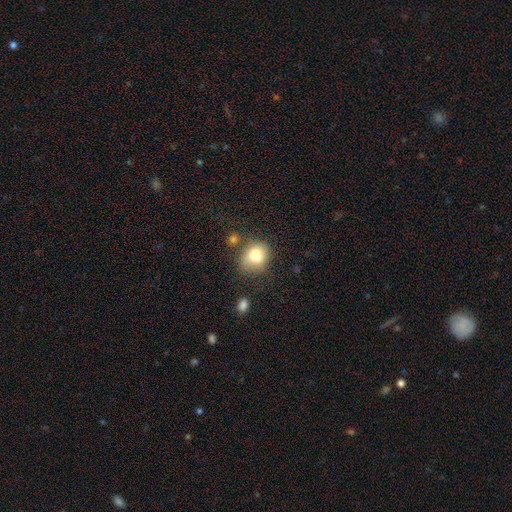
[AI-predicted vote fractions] A smooth galaxy with no disk features (80%) that is round (59%). Merging: none (64%).